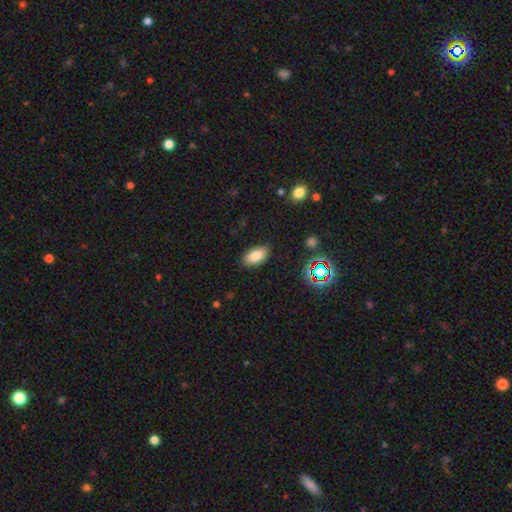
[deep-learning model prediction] Overall: smooth (81%). How rounded: in between (92%). Merging: none (87%).